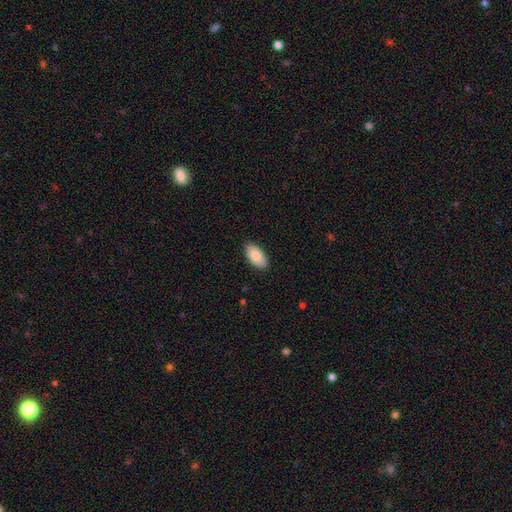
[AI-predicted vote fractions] Q: Smooth or featured?
A: smooth (85%); runner-up: featured or disk (9%)
Q: How rounded?
A: in between (95%); runner-up: cigar-shaped (3%)
Q: Merging?
A: none (86%); runner-up: minor disturbance (11%)